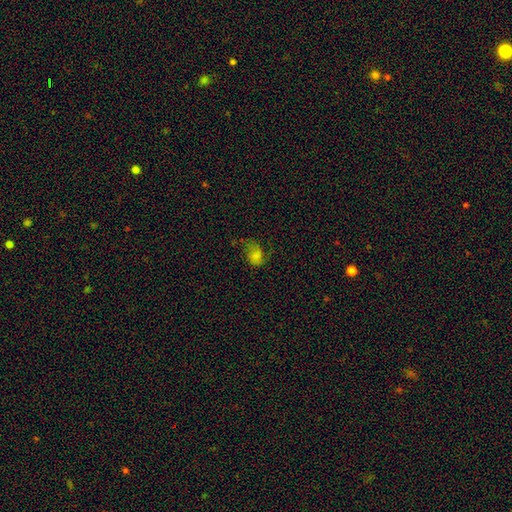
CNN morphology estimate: Smooth or featured?
  - smooth: 59% *
  - featured or disk: 25%
  - star or artifact: 16%
How rounded?
  - in between: 70% *
  - round: 29%
  - cigar-shaped: 1%
Merging?
  - none: 40% *
  - minor disturbance: 30%
  - major disturbance: 27%
  - merger: 3%